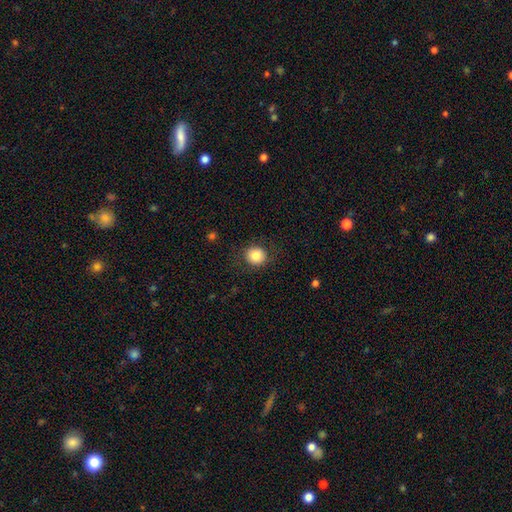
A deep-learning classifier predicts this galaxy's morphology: This is clearly a smooth galaxy (83%). How rounded: clearly round (87%). Merging: clearly none (85%).